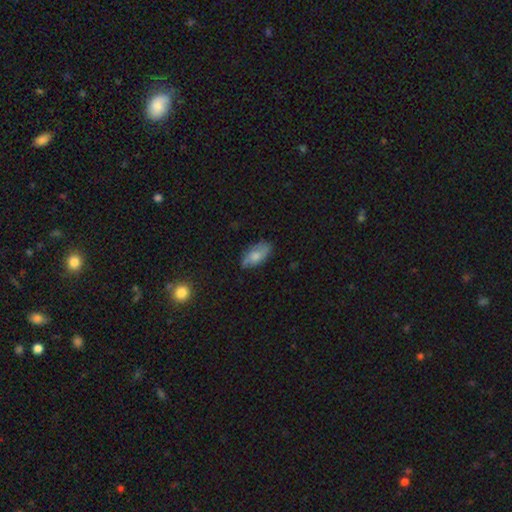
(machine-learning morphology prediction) Smooth or featured: smooth — 60% (featured or disk — 32%)
How rounded: in between — 90% (cigar-shaped — 7%)
Merging: none — 68% (minor disturbance — 24%)